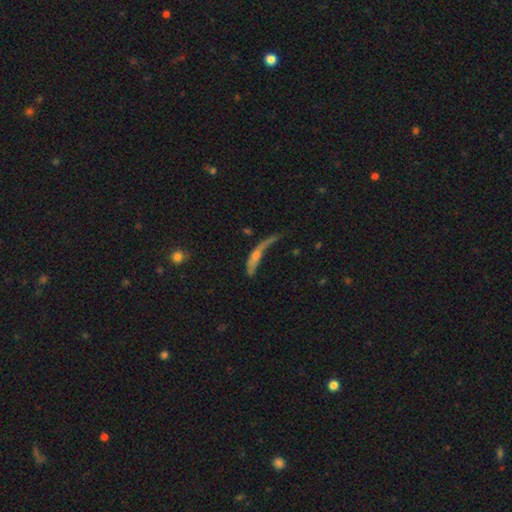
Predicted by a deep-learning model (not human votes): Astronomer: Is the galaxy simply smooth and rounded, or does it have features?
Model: featured or disk — 48% (runner-up: smooth, 41%).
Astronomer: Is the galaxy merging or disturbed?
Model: major disturbance — 46% (runner-up: none, 23%).